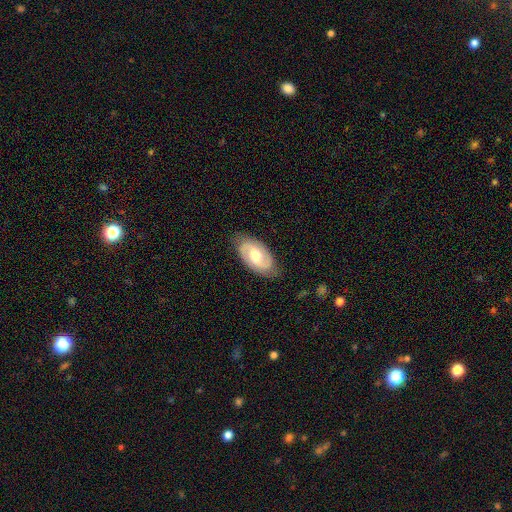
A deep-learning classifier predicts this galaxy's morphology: This appears to be a featured or disk galaxy (76%) with no bar (49%), 2 (89%) medium (47%) spiral arms (92%) and a moderate central bulge (70%). Merging: none (81%).